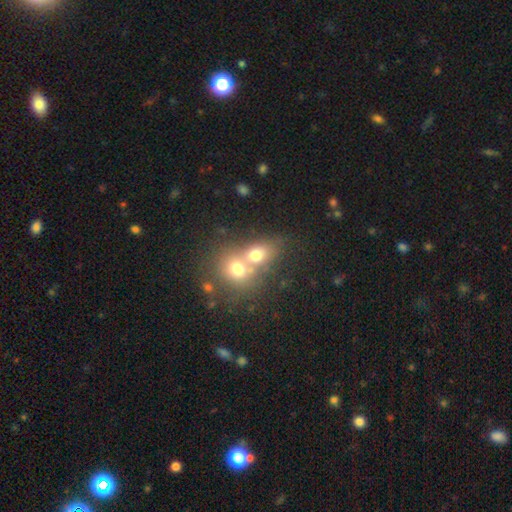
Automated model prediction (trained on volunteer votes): Smooth or featured? Predicted: smooth (p=0.68). How rounded? Predicted: round (p=0.54). Merging? Predicted: merger (p=0.65).